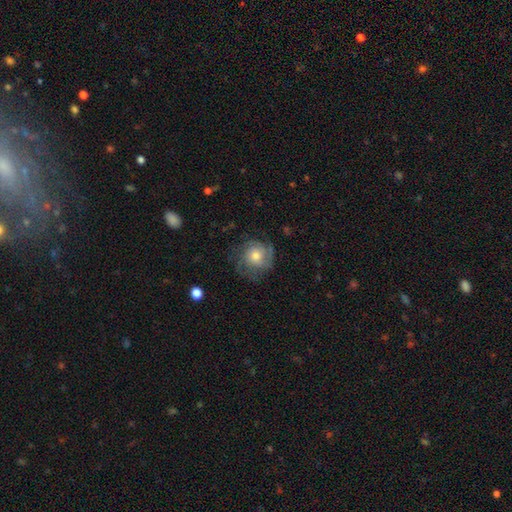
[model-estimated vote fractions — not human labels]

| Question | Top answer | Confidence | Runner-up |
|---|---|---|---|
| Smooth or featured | featured or disk | 56% | smooth (35%) |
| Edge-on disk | no | 97% | yes (3%) |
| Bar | no | 83% | weak (15%) |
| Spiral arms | yes | 84% | no (16%) |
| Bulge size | moderate | 64% | small (21%) |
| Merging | none | 70% | minor disturbance (18%) |